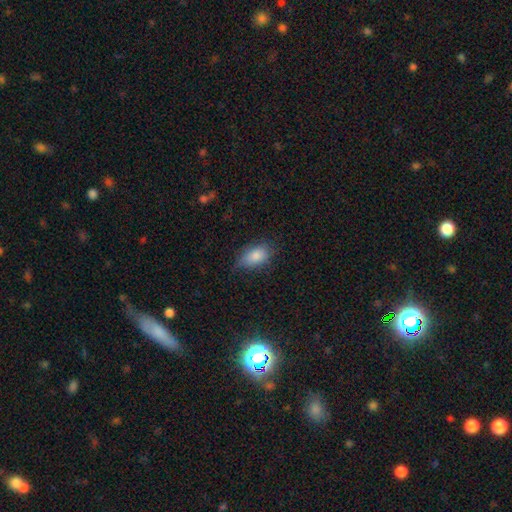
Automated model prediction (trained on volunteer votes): smooth 82%, star or artifact 9%, featured or disk 8%. Down the decision tree: how rounded — in between (89%); merging — none (69%).